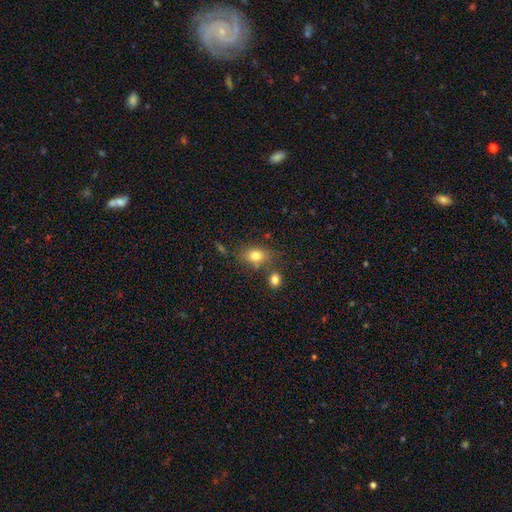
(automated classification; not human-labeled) Smooth or featured?
  - smooth: 79% *
  - featured or disk: 11%
  - star or artifact: 11%
How rounded?
  - in between: 69% *
  - round: 29%
  - cigar-shaped: 2%
Merging?
  - none: 68% *
  - minor disturbance: 15%
  - merger: 11%
  - major disturbance: 5%